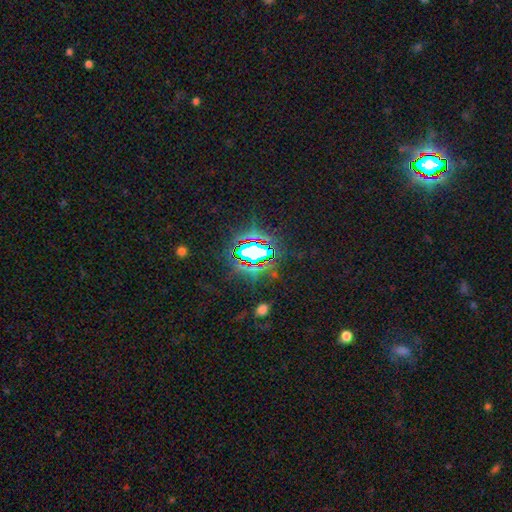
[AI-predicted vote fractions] A star or artifact, not a galaxy (83%).

Vote fractions:
- Smooth or featured? star or artifact: 83% / smooth: 10% / featured or disk: 7%